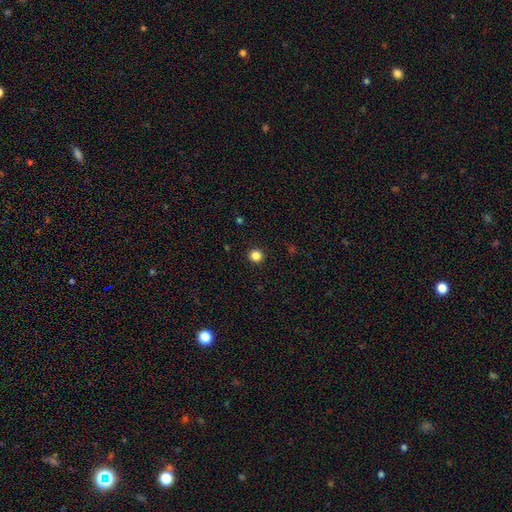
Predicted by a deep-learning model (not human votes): A smooth galaxy with no disk features (85%) that is round (94%). Merging: none (93%).